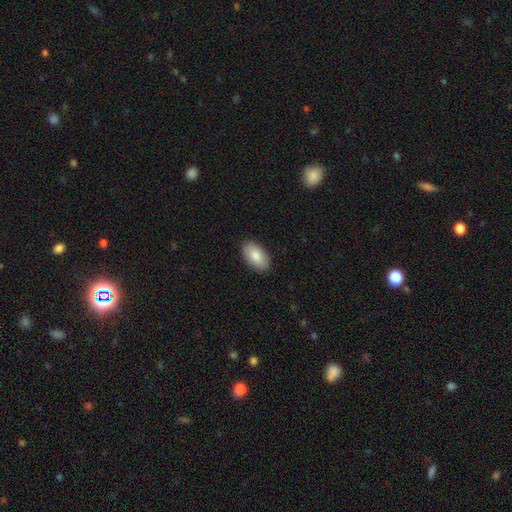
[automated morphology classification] This appears to be a smooth galaxy with no disk features (85%) that is in between round and cigar-shaped (95%). Merging: none (89%).